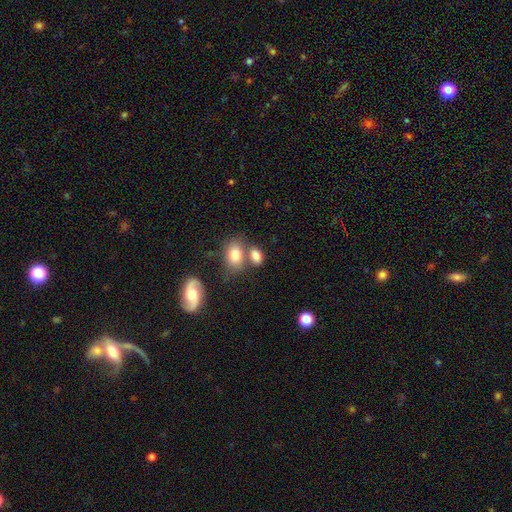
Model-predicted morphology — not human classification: type=smooth (79%); roundness=in between (82%); merging=none (52%).